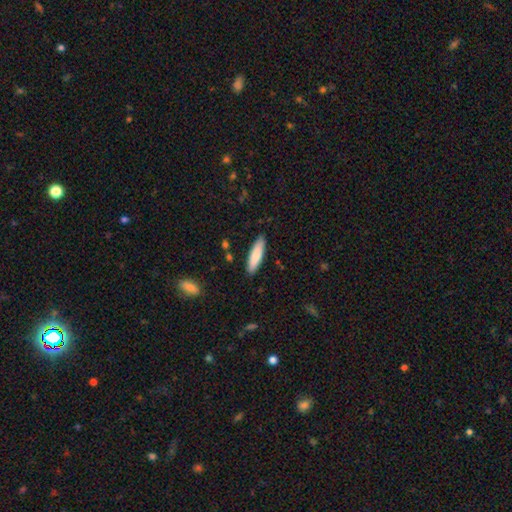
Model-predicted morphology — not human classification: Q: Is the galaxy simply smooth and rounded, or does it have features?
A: smooth — 84%.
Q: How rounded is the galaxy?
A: cigar-shaped — 69%.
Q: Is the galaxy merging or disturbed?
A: none — 88%.